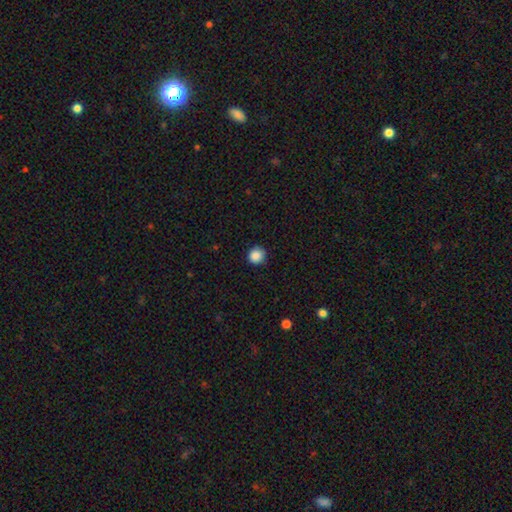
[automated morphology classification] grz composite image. It shows a smooth galaxy with no disk features (88%) that is round (93%). Merging: none (90%).